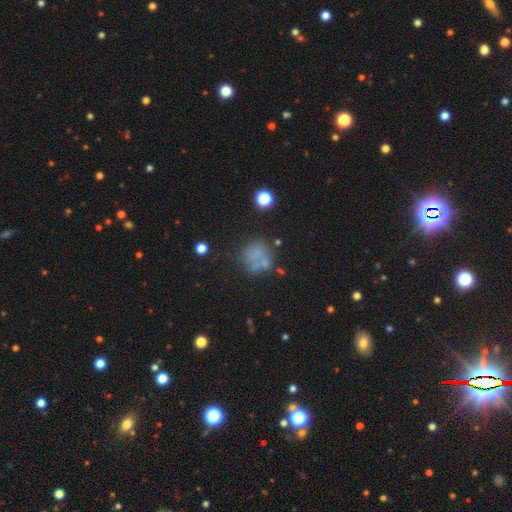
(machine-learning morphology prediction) Overall: smooth (50%; featured or disk 31%). Merging: none (54%; minor disturbance 18%).